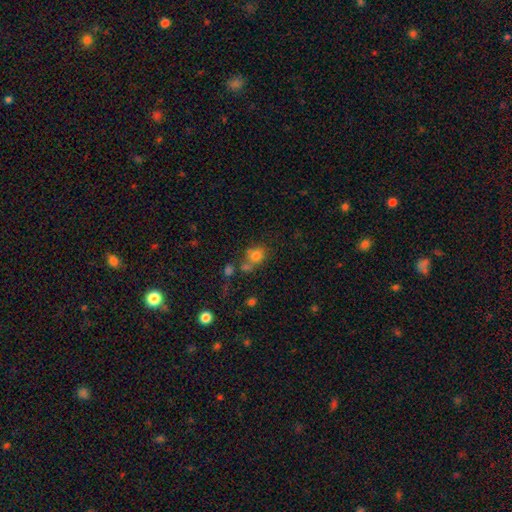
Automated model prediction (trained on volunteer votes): smooth 77%, star or artifact 14%, featured or disk 9%. Down the decision tree: how rounded — round (71%); merging — none (55%).